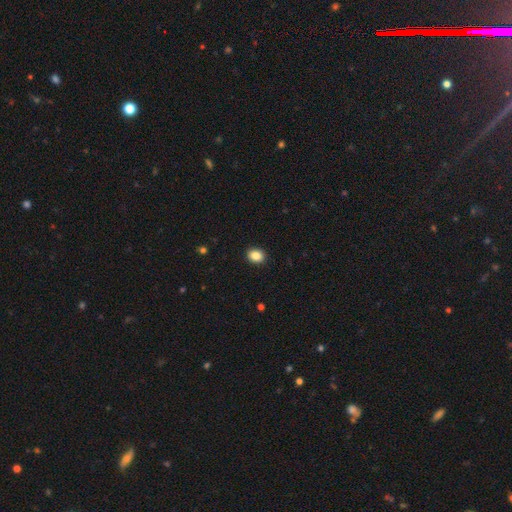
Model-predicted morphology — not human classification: This is clearly a smooth galaxy (86%). How rounded: possibly round (54%). Merging: clearly none (92%).